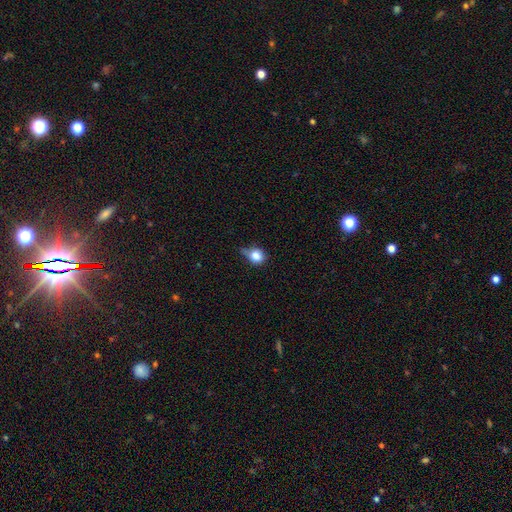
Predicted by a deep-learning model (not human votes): Morphology: type=smooth (81%); roundness=round (76%); merging=none (43%).